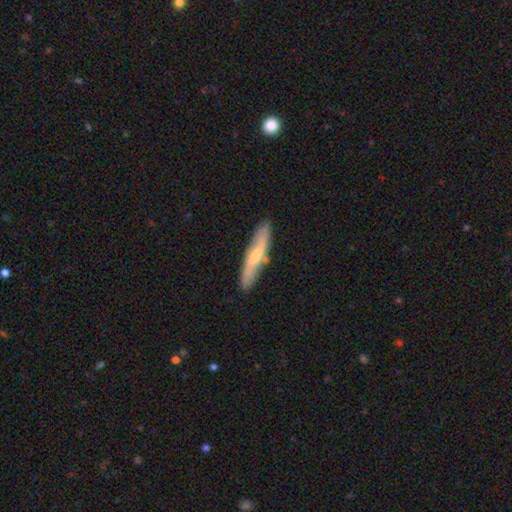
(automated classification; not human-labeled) Smooth or featured? Predicted: featured or disk (p=0.51). Edge-on disk? Predicted: yes (p=0.53). Merging? Predicted: none (p=0.84).